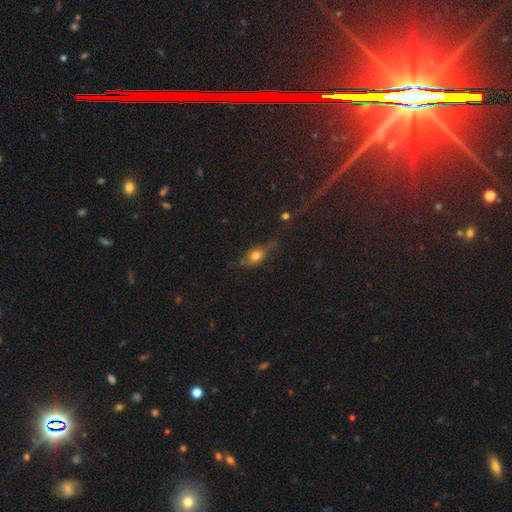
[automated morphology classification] Overall: smooth (64%). How rounded: in between (65%). Merging: none (49%; minor disturbance 29%).